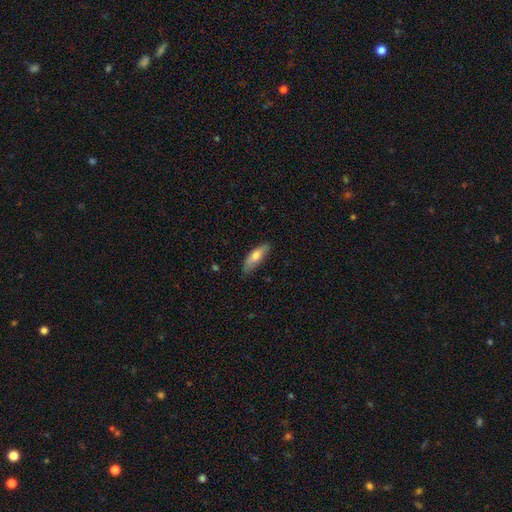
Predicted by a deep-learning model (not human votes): This appears to be a smooth galaxy with no disk features (71%) that is in between round and cigar-shaped (54%). Merging: none (76%).